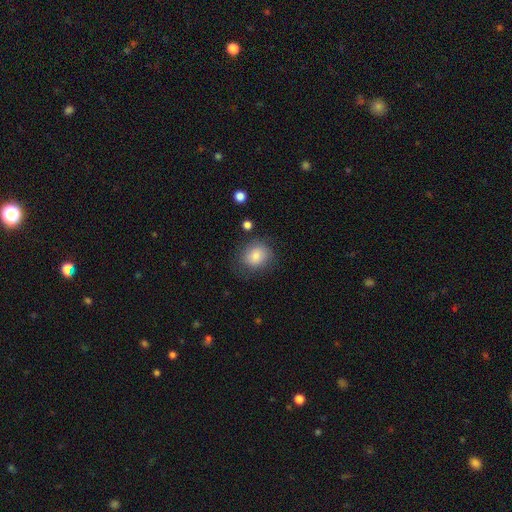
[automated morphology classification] This is clearly a smooth galaxy (82%). How rounded: likely round (68%). Merging: likely none (76%).